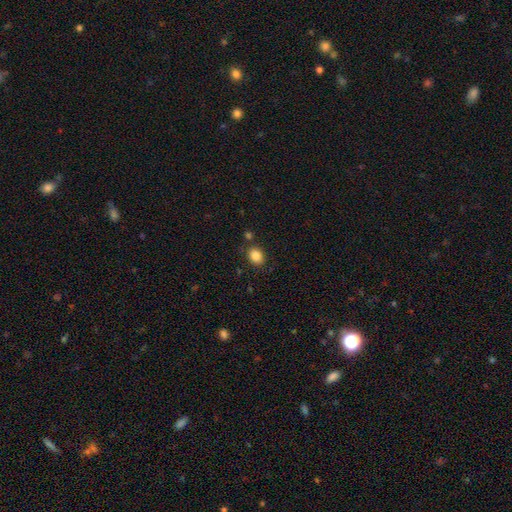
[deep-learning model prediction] Morphology: type=smooth (85%); roundness=in between (57%); merging=none (83%).